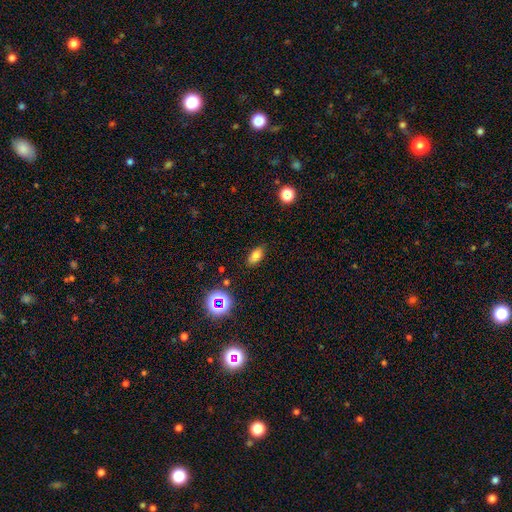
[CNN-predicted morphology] This appears to be a smooth galaxy with no disk features (75%) that is in between round and cigar-shaped (86%). Merging: none (86%).